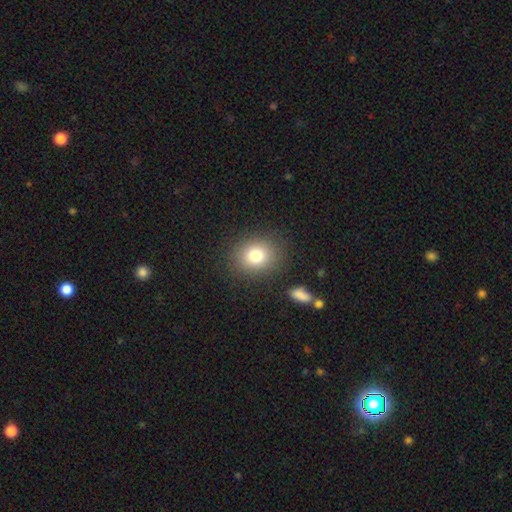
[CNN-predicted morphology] smooth-or-featured: smooth: 79% | star or artifact: 12% | featured or disk: 9%
  how-rounded: round: 67% | in between: 33% | cigar-shaped: 1%
  merging: none: 86% | minor disturbance: 8% | major disturbance: 4% | merger: 2%